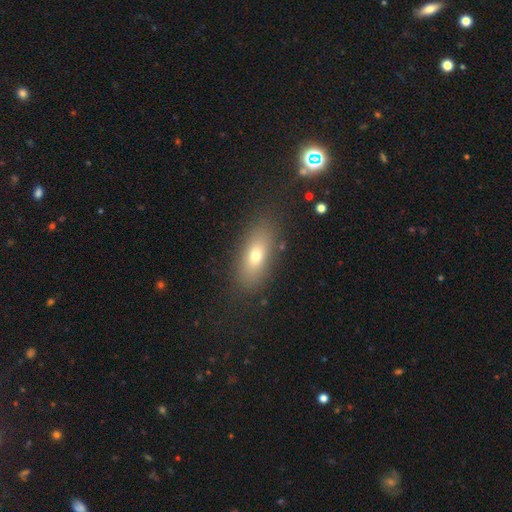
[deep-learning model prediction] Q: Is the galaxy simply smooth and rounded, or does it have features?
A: smooth — 69%.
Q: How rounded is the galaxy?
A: in between — 75%.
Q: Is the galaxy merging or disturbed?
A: none — 82%.